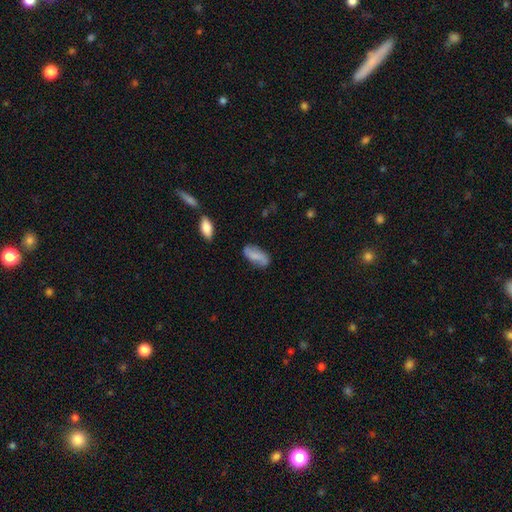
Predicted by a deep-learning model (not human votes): smooth-or-featured: smooth: 68% | featured or disk: 24% | star or artifact: 8%
  how-rounded: in between: 84% | cigar-shaped: 13% | round: 3%
  merging: none: 66% | minor disturbance: 24% | major disturbance: 6% | merger: 4%